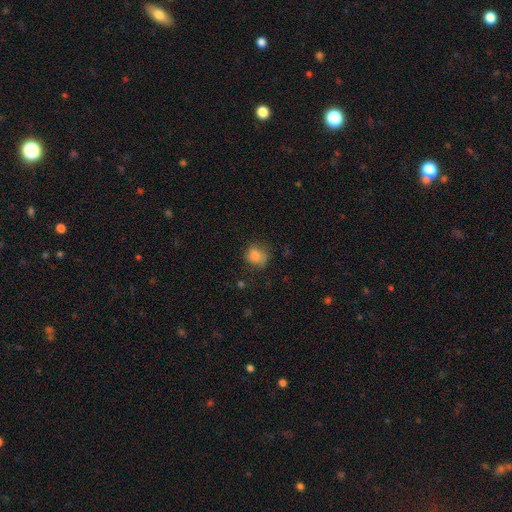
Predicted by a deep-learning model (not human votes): Q: Smooth or featured?
A: smooth (82%); runner-up: star or artifact (10%)
Q: How rounded?
A: round (71%); runner-up: in between (28%)
Q: Merging?
A: none (63%); runner-up: minor disturbance (25%)